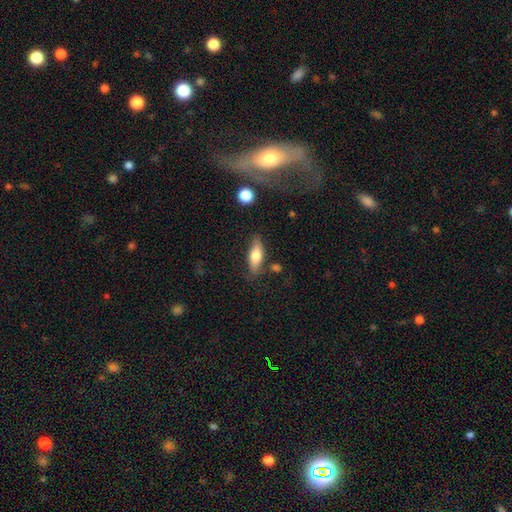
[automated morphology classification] smooth_or_featured: smooth (p=0.71) [alt: featured or disk p=0.23]
how_rounded: in between (p=0.65) [alt: cigar-shaped p=0.32]
merging: none (p=0.77) [alt: minor disturbance p=0.16]